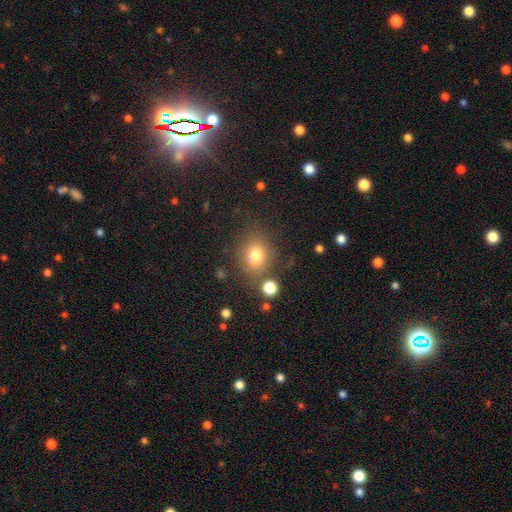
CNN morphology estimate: The model was most divided on "how rounded": round: 65%, in between: 34%, cigar-shaped: 1%. More confident: merging — none (77%); smooth or featured — smooth (76%).